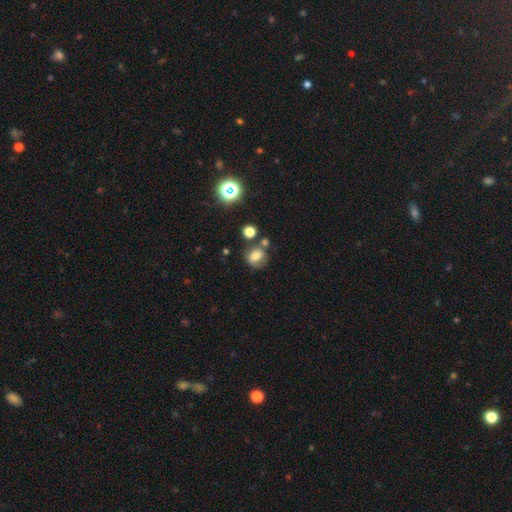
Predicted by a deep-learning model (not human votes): smooth-or-featured: smooth: 64% | featured or disk: 20% | star or artifact: 16%
  how-rounded: round: 61% | in between: 38% | cigar-shaped: 1%
  merging: none: 55% | minor disturbance: 20% | merger: 16% | major disturbance: 9%